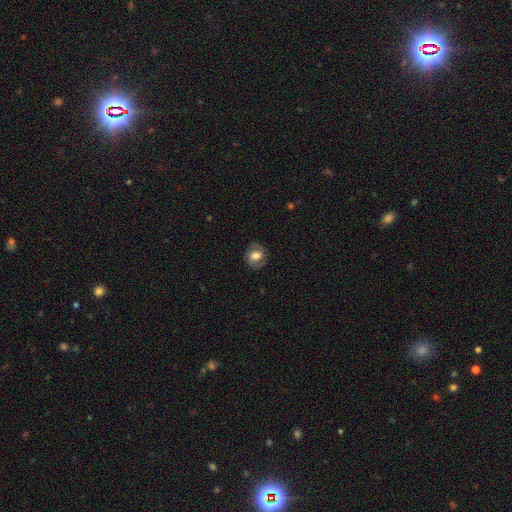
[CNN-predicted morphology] Smooth or featured? Predicted: smooth (p=0.49). Merging? Predicted: none (p=0.81).